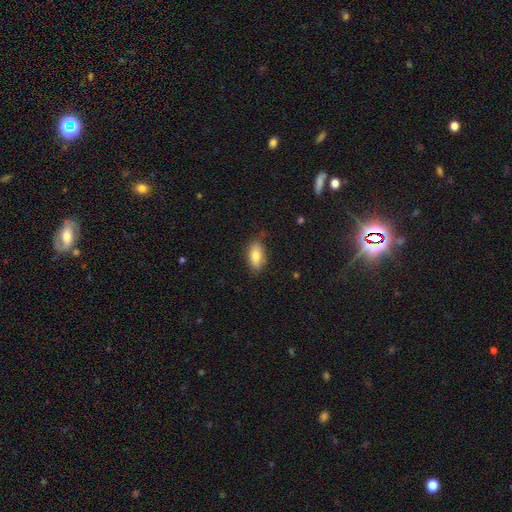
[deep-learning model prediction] Smooth or featured? smooth (81%)
How rounded? in between (88%)
Merging? none (76%)